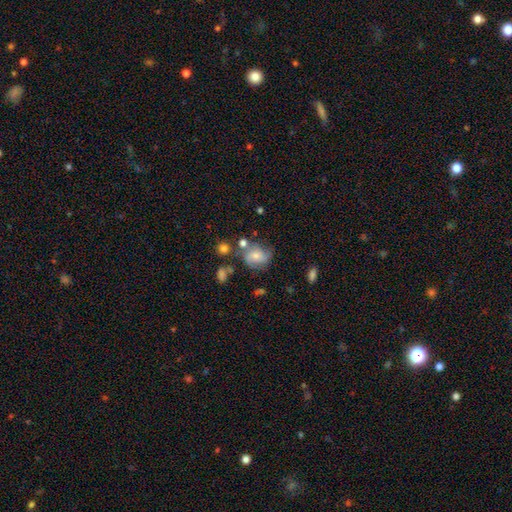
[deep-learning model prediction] A featured or disk galaxy (45%, tied with smooth).

Vote fractions:
- Smooth or featured? featured or disk: 45% (tied) / smooth: 45% (tied) / star or artifact: 10%
- Merging? none: 52% / minor disturbance: 24% / major disturbance: 13% / merger: 11%